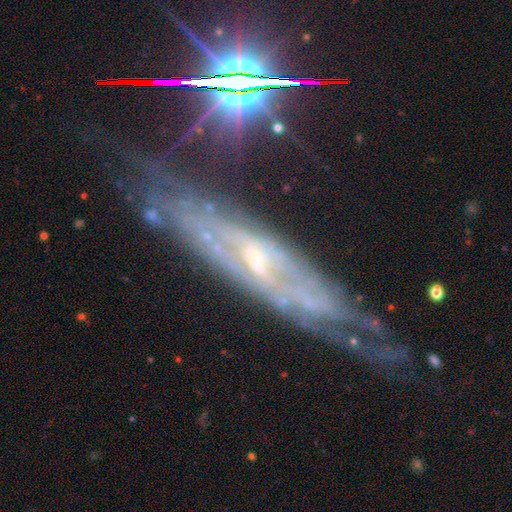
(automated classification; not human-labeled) smooth-or-featured: featured or disk: 78% | star or artifact: 12% | smooth: 10%
  disk-edge-on: no: 59% | yes: 41%
  merging: none: 65% | minor disturbance: 22% | major disturbance: 10% | merger: 3%